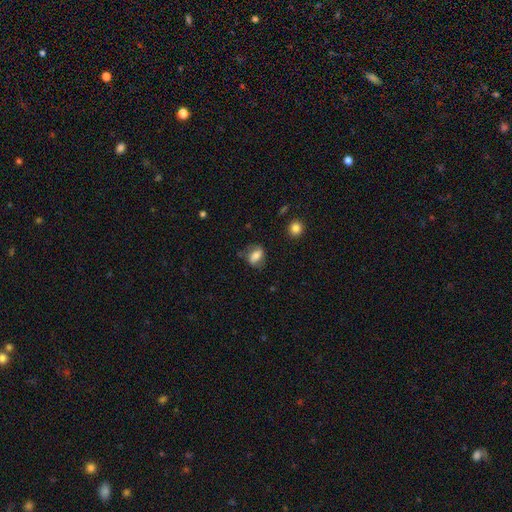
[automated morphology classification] Overall: smooth (62%; featured or disk 30%). How rounded: in between (75%). Merging: none (61%; minor disturbance 25%).